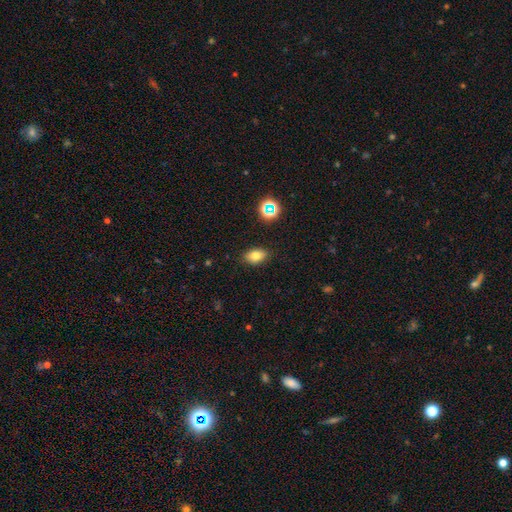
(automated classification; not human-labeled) smooth_or_featured: smooth (p=0.76) [alt: star or artifact p=0.13]
how_rounded: in between (p=0.84) [alt: round p=0.14]
merging: none (p=0.86) [alt: minor disturbance p=0.10]